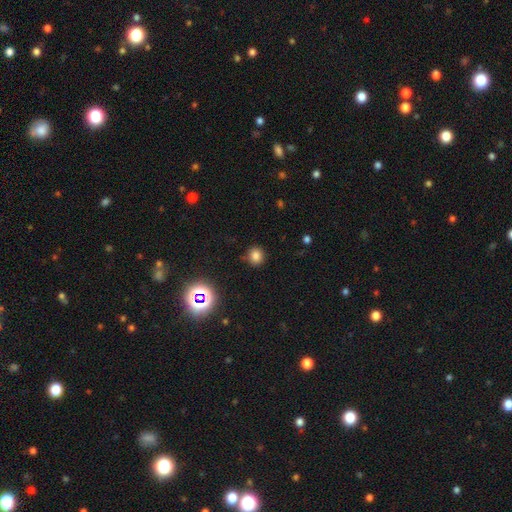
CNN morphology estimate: Smooth or featured: smooth — 77% (star or artifact — 17%)
How rounded: round — 85% (in between — 14%)
Merging: none — 86% (minor disturbance — 9%)